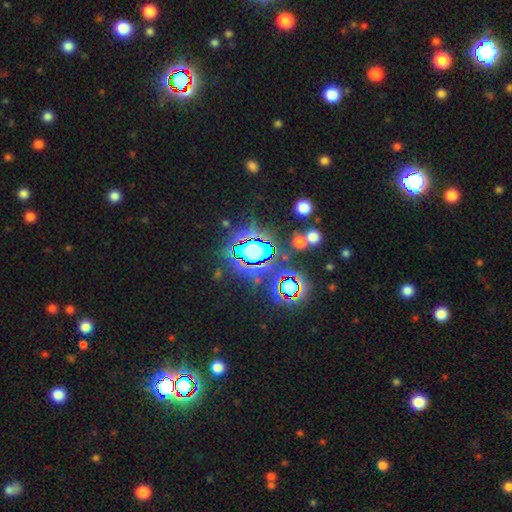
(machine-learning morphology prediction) smooth_or_featured: star or artifact (p=0.81) [alt: smooth p=0.11]